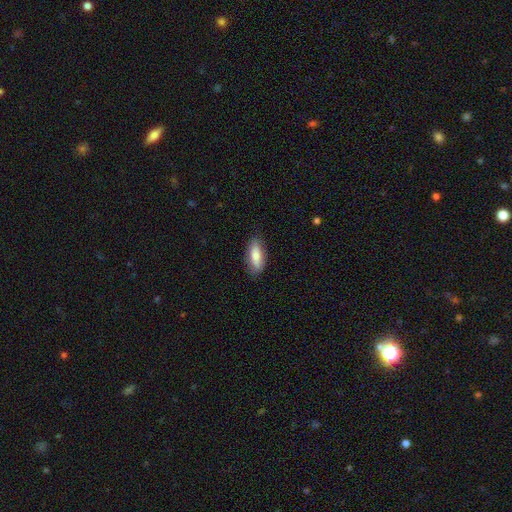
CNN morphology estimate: Q: Smooth or featured?
A: smooth (75%); runner-up: featured or disk (19%)
Q: How rounded?
A: in between (76%); runner-up: cigar-shaped (22%)
Q: Merging?
A: none (82%); runner-up: minor disturbance (14%)